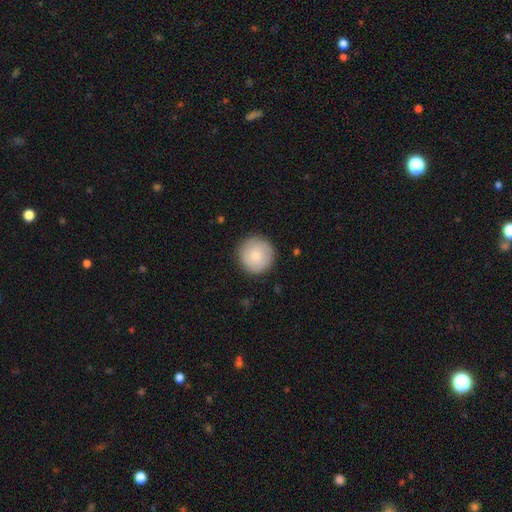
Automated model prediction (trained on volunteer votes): Q: Smooth or featured?
A: smooth (80%); runner-up: featured or disk (14%)
Q: How rounded?
A: round (96%); runner-up: in between (3%)
Q: Merging?
A: none (88%); runner-up: minor disturbance (8%)